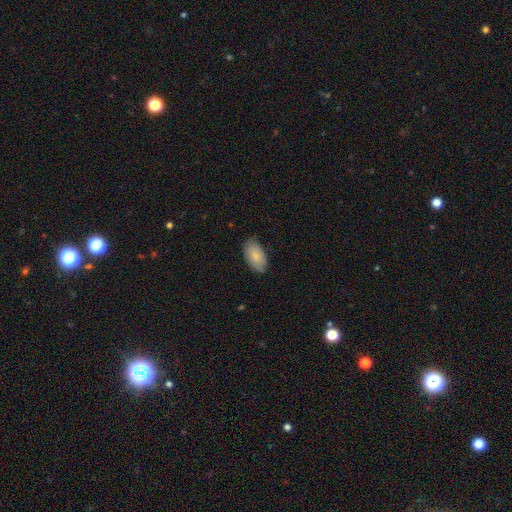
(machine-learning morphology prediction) smooth-or-featured: smooth: 81% | featured or disk: 13% | star or artifact: 6%
  how-rounded: in between: 94% | round: 4% | cigar-shaped: 2%
  merging: none: 76% | minor disturbance: 20% | major disturbance: 3% | merger: 1%